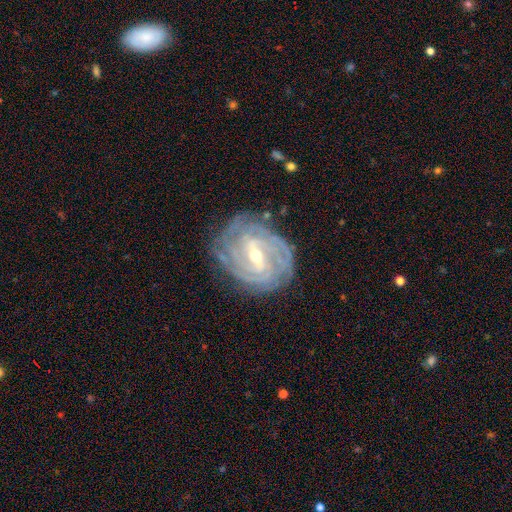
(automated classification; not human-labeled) Overall: featured or disk (91%). Edge-on disk: no (97%). Bar: weak (46%; strong 43%). Spiral arms: yes (98%). Spiral arm count: 4 (29%; can't tell 24%). Spiral winding: tight (82%). Bulge size: moderate (49%; small 48%). Merging: none (81%).